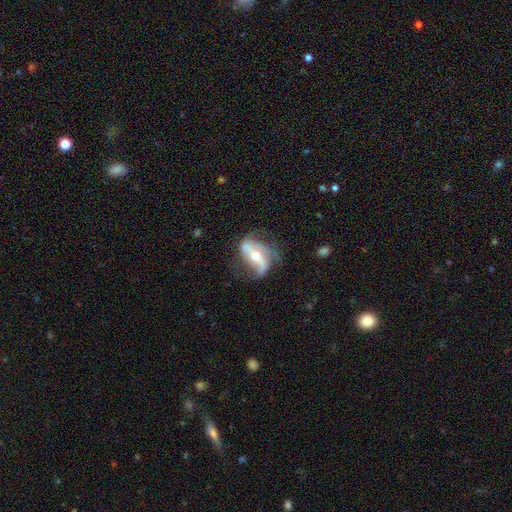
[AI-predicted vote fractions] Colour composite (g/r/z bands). It shows a featured or disk galaxy (81%) with a strong bar (54%), 2 (82%) loose (66%) spiral arms (88%) and a moderate central bulge (55%). Merging: none (58%).